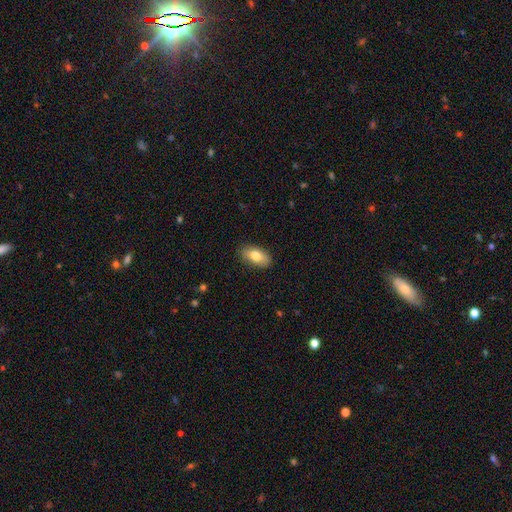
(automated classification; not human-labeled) Smooth or featured? smooth (77%)
How rounded? in between (89%)
Merging? none (86%)